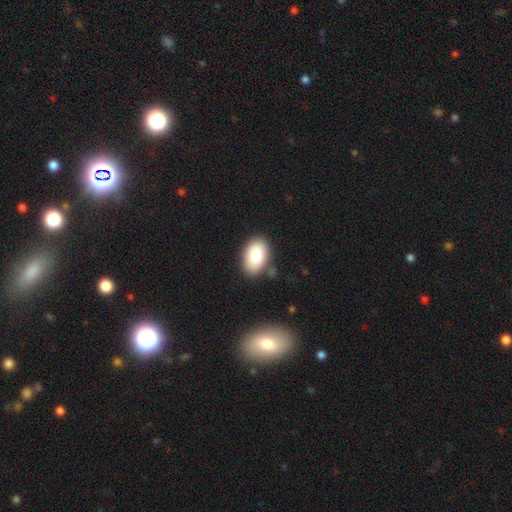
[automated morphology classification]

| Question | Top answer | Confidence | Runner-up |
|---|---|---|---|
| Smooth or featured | smooth | 86% | featured or disk (7%) |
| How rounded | in between | 92% | round (7%) |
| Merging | none | 81% | minor disturbance (12%) |